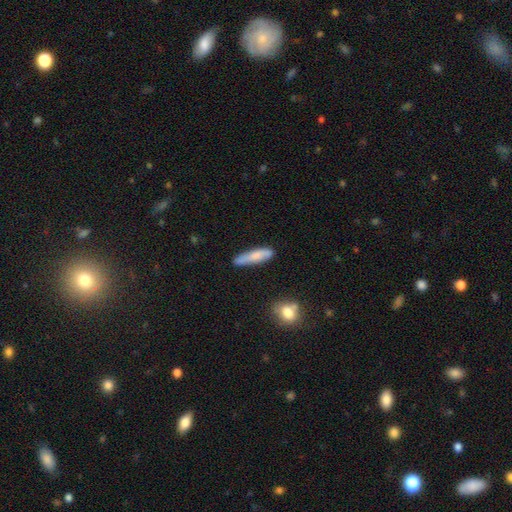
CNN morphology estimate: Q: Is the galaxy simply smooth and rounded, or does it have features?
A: smooth — 72%.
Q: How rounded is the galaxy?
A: cigar-shaped — 84%.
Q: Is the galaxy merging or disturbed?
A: none — 77%.